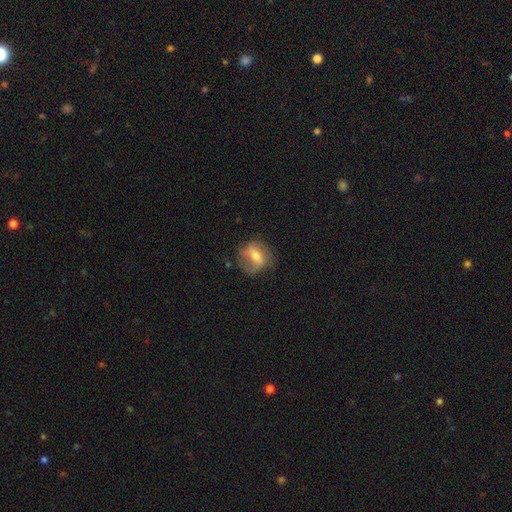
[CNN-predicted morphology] This appears to be a featured or disk galaxy (54%). Merging: none (64%).